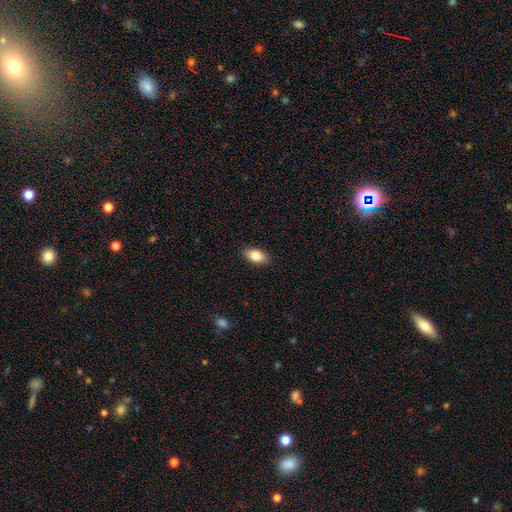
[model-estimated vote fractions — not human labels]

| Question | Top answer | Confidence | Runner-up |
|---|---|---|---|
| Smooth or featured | smooth | 84% | featured or disk (9%) |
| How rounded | in between | 91% | round (6%) |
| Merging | none | 89% | minor disturbance (8%) |